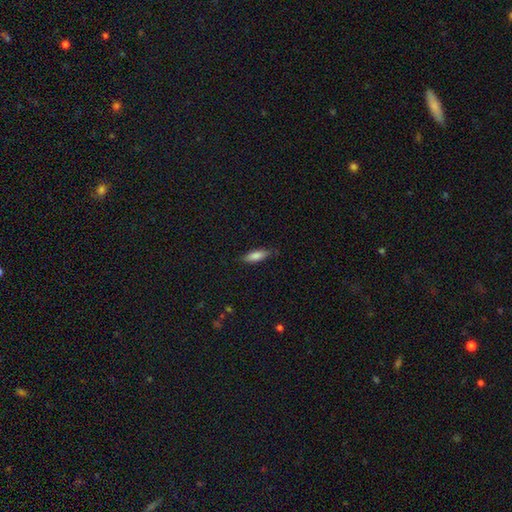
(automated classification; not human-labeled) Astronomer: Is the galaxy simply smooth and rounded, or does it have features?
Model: smooth — 80%.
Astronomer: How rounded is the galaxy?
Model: in between — 56% (runner-up: cigar-shaped, 42%).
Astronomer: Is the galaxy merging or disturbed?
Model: none — 79%.